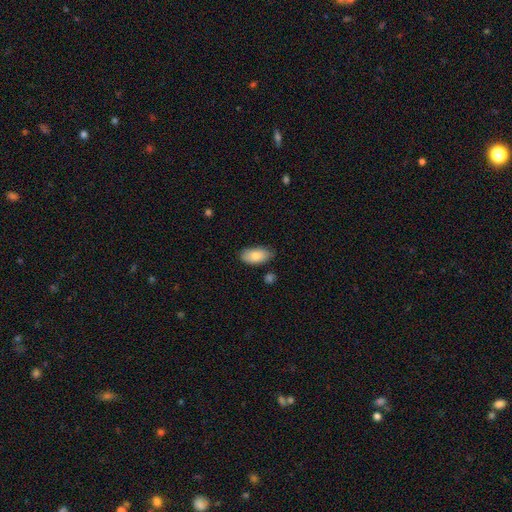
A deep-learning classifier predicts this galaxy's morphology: This is clearly a smooth galaxy (82%). How rounded: clearly in between (94%). Merging: likely none (77%).